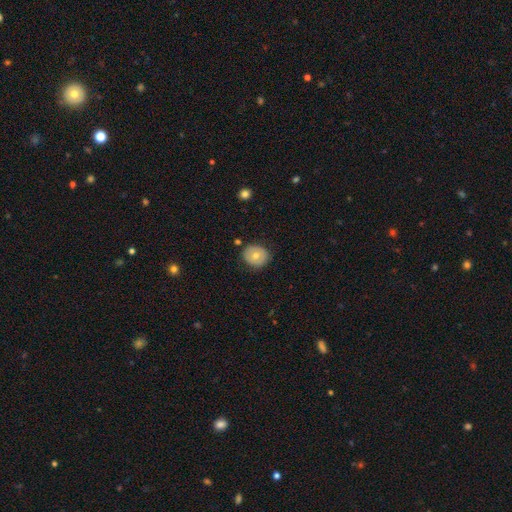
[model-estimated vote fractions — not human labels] This appears to be a smooth galaxy with no disk features (67%) that is round (72%). Merging: none (84%).